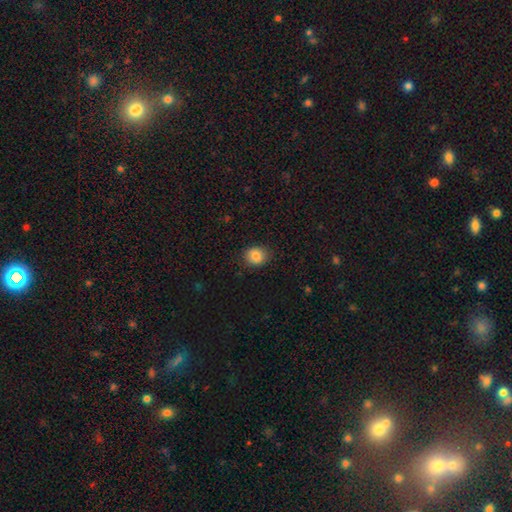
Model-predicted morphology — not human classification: smooth 82%, star or artifact 10%, featured or disk 8%. Down the decision tree: how rounded — round (67%); merging — none (86%).